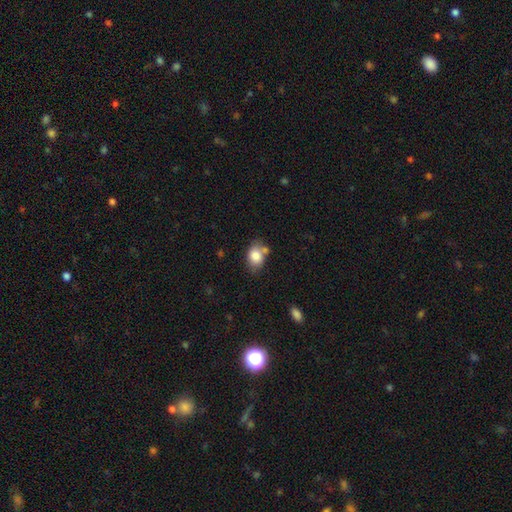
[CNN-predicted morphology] type=smooth (82%); roundness=in between (75%); merging=none (58%).